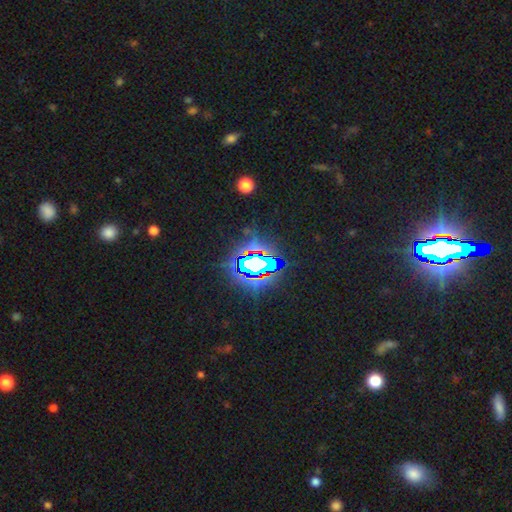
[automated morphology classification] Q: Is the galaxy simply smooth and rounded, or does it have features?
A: star or artifact — 84%.